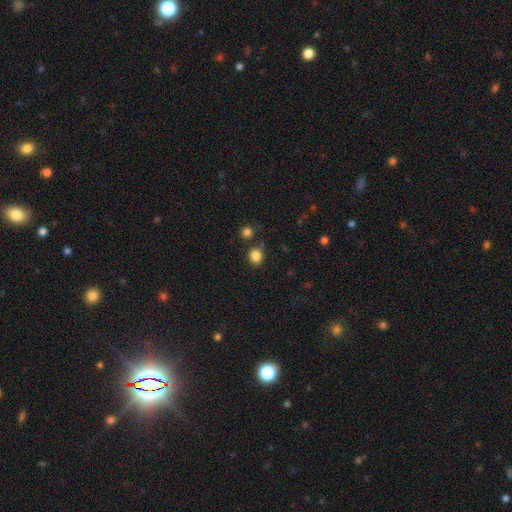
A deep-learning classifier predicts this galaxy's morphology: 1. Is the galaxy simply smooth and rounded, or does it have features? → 85% smooth, 11% star or artifact, 4% featured or disk.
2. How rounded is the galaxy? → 78% round, 21% in between, 1% cigar-shaped.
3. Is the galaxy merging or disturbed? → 76% none, 11% minor disturbance, 9% merger, 3% major disturbance.